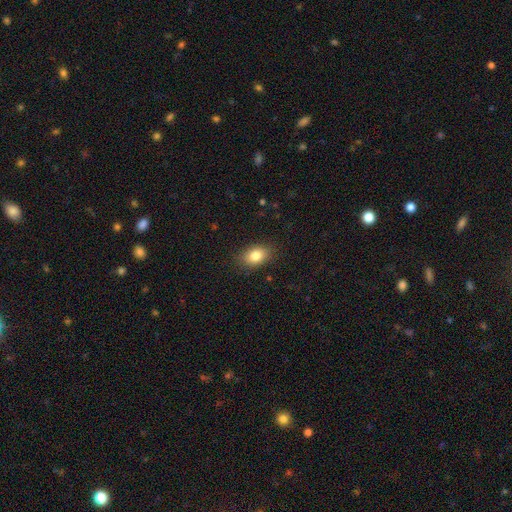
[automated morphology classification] Overall: smooth (83%). How rounded: in between (80%). Merging: none (86%).